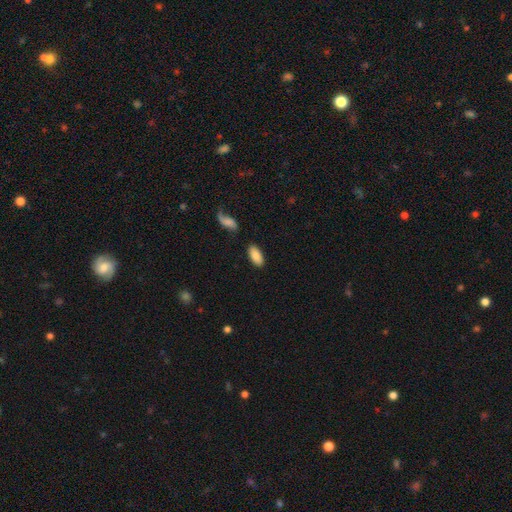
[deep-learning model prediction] Q: Smooth or featured?
A: smooth (85%); runner-up: featured or disk (9%)
Q: How rounded?
A: in between (92%); runner-up: cigar-shaped (6%)
Q: Merging?
A: none (81%); runner-up: minor disturbance (11%)